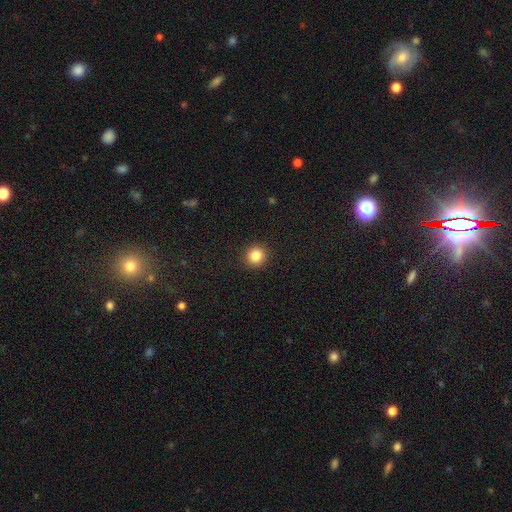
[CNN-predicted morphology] type=smooth (84%); roundness=round (93%); merging=none (92%).